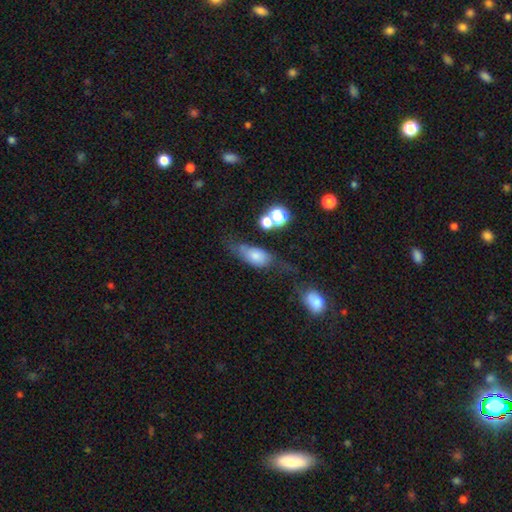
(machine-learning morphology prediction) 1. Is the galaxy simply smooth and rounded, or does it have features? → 64% smooth, 24% featured or disk, 12% star or artifact.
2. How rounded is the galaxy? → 77% in between, 12% cigar-shaped, 10% round.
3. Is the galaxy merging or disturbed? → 38% none, 28% minor disturbance, 24% major disturbance, 10% merger.